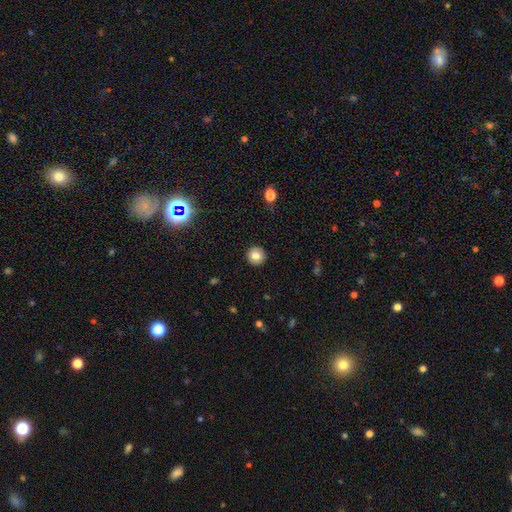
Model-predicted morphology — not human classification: This appears to be a smooth galaxy with no disk features (82%) that is round (95%). Merging: none (93%).